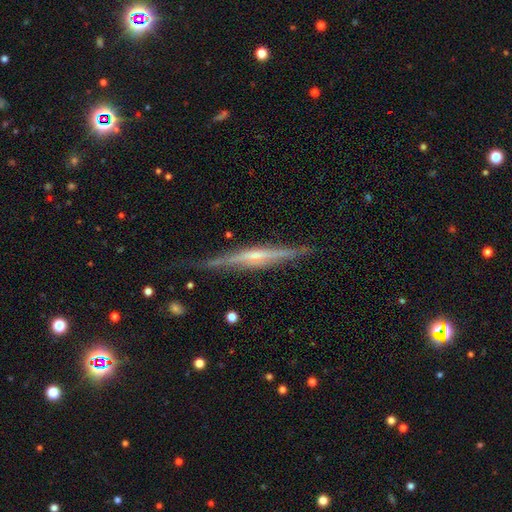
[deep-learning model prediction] Overall: featured or disk (78%). Edge-on disk: yes (97%). Edge-on bulge: rounded (49%; none 31%). Merging: none (79%).